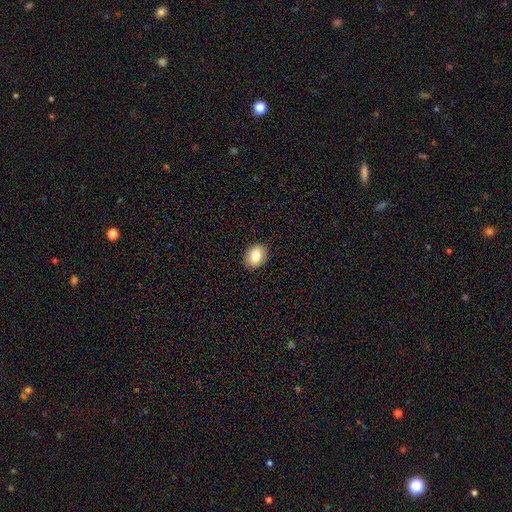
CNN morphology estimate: Q: Smooth or featured?
A: smooth (84%); runner-up: star or artifact (8%)
Q: How rounded?
A: in between (68%); runner-up: round (32%)
Q: Merging?
A: none (89%); runner-up: minor disturbance (8%)